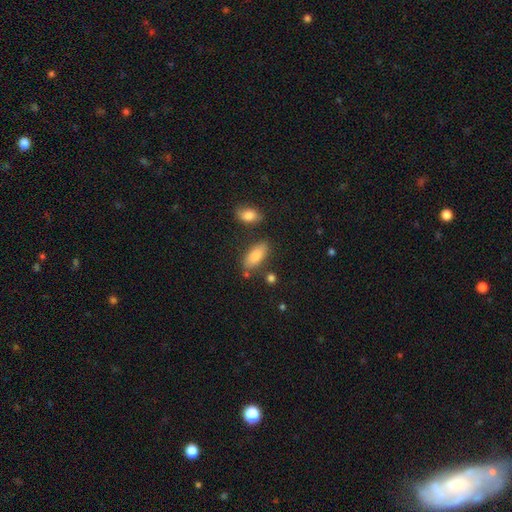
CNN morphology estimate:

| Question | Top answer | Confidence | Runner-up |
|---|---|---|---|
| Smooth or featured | smooth | 83% | featured or disk (10%) |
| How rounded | in between | 82% | cigar-shaped (15%) |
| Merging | none | 76% | minor disturbance (14%) |